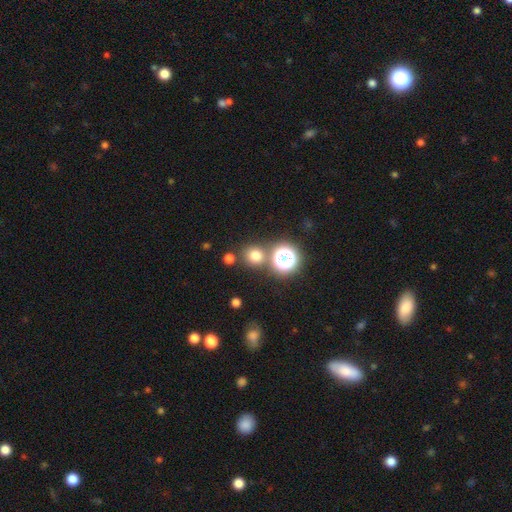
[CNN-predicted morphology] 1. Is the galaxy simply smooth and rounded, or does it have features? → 72% smooth, 21% star or artifact, 7% featured or disk.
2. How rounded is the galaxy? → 88% round, 11% in between, 1% cigar-shaped.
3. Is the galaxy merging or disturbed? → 77% none, 11% merger, 8% minor disturbance, 3% major disturbance.